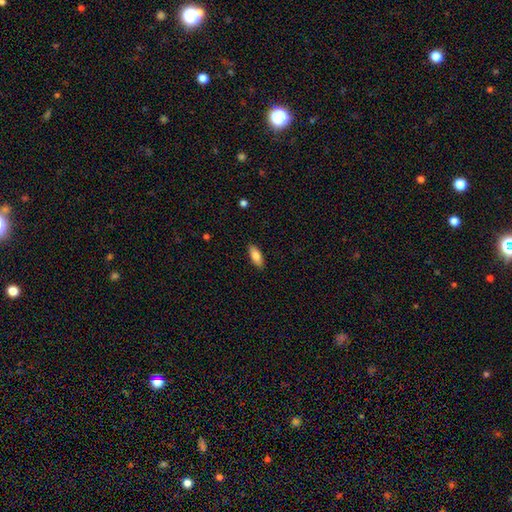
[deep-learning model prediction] Morphology: type=smooth (82%); roundness=in between (78%); merging=none (88%).